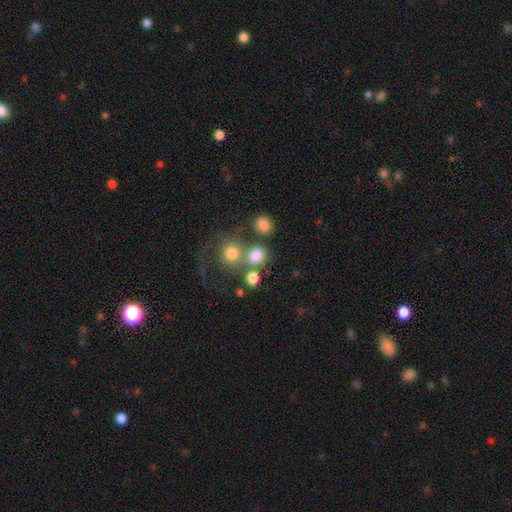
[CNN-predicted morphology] Smooth or featured?
  - smooth: 79% *
  - star or artifact: 13%
  - featured or disk: 9%
How rounded?
  - round: 78% *
  - in between: 21%
  - cigar-shaped: 1%
Merging?
  - none: 53% *
  - merger: 31%
  - minor disturbance: 9%
  - major disturbance: 6%